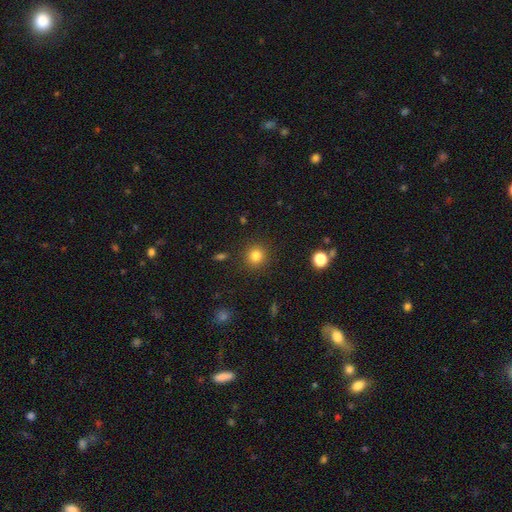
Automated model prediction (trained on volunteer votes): A smooth galaxy with no disk features (82%) that is round (91%). Merging: none (90%).